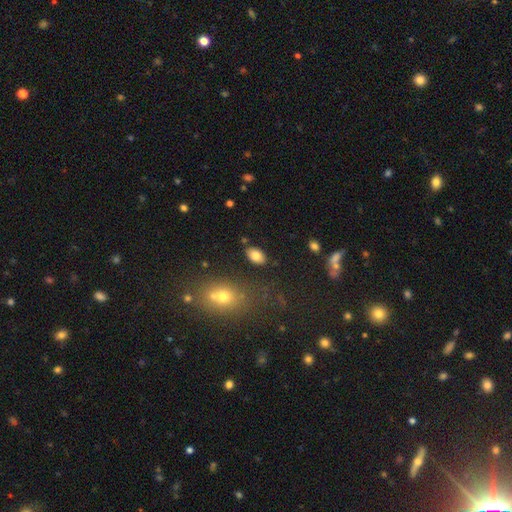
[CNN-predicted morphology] Q: Smooth or featured?
A: smooth (81%); runner-up: featured or disk (10%)
Q: How rounded?
A: in between (90%); runner-up: round (8%)
Q: Merging?
A: none (84%); runner-up: minor disturbance (10%)